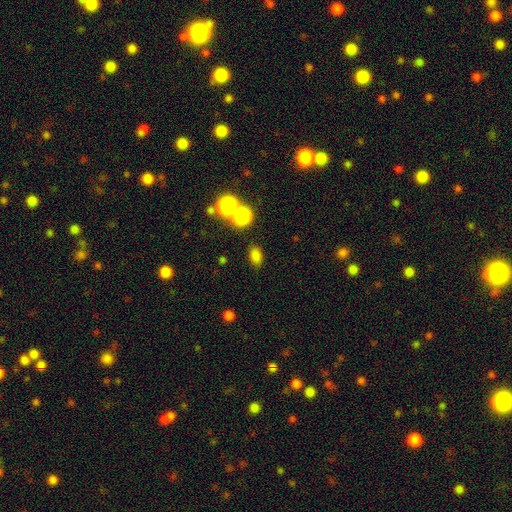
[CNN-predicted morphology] smooth-or-featured: smooth: 76% | star or artifact: 18% | featured or disk: 6%
  how-rounded: in between: 76% | round: 22% | cigar-shaped: 2%
  merging: none: 76% | minor disturbance: 11% | merger: 9% | major disturbance: 4%